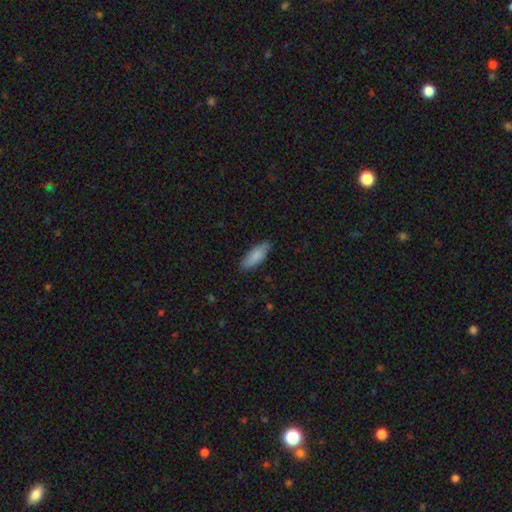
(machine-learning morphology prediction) A smooth galaxy with no disk features (86%) that is in between round and cigar-shaped (64%).

Vote fractions:
- Smooth or featured? smooth: 86% / featured or disk: 9% / star or artifact: 6%
- How rounded? in between: 64% / cigar-shaped: 34% / round: 2%
- Merging? none: 82% / minor disturbance: 15% / major disturbance: 2% / merger: 1%